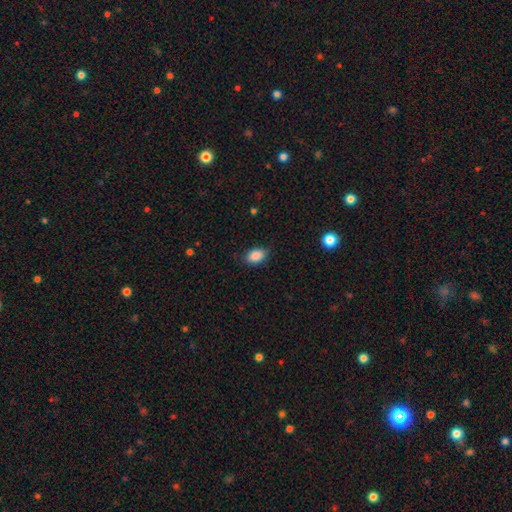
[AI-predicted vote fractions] The model was most divided on "merging": none: 80%, minor disturbance: 16%, major disturbance: 3%, merger: 1%. More confident: smooth or featured — smooth (88%); how rounded — in between (87%).